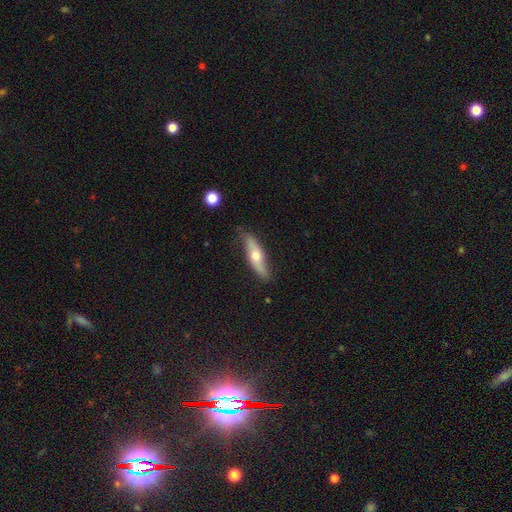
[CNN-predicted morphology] A featured or disk galaxy (49%). Merging: none (74%).